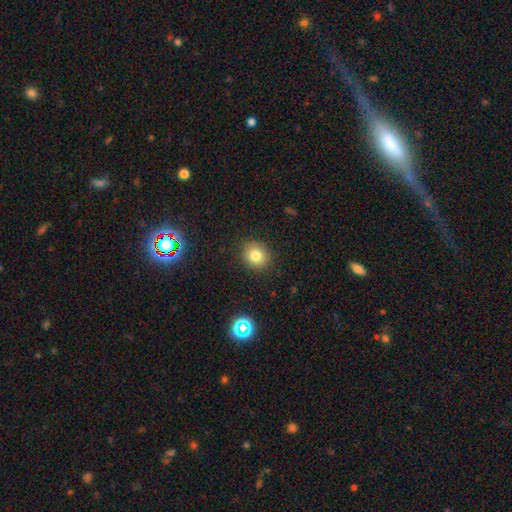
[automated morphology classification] Smooth or featured?
  - smooth: 79% *
  - star or artifact: 13%
  - featured or disk: 8%
How rounded?
  - round: 78% *
  - in between: 21%
  - cigar-shaped: 1%
Merging?
  - none: 89% *
  - minor disturbance: 8%
  - major disturbance: 2%
  - merger: 1%